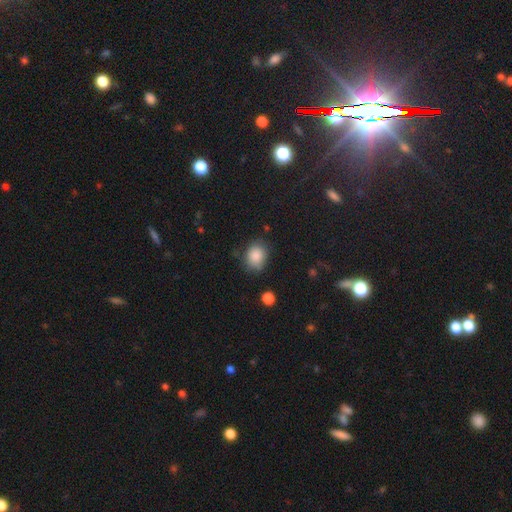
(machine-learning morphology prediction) smooth-or-featured: smooth: 86% | star or artifact: 9% | featured or disk: 5%
  how-rounded: round: 53% | in between: 47% | cigar-shaped: 1%
  merging: none: 73% | minor disturbance: 20% | major disturbance: 5% | merger: 3%